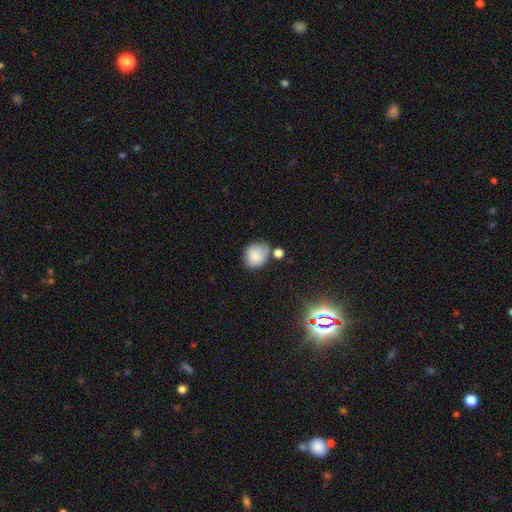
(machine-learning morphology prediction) smooth-or-featured: smooth: 80% | star or artifact: 10% | featured or disk: 10%
  how-rounded: round: 61% | in between: 38% | cigar-shaped: 1%
  merging: none: 53% | minor disturbance: 25% | merger: 14% | major disturbance: 7%